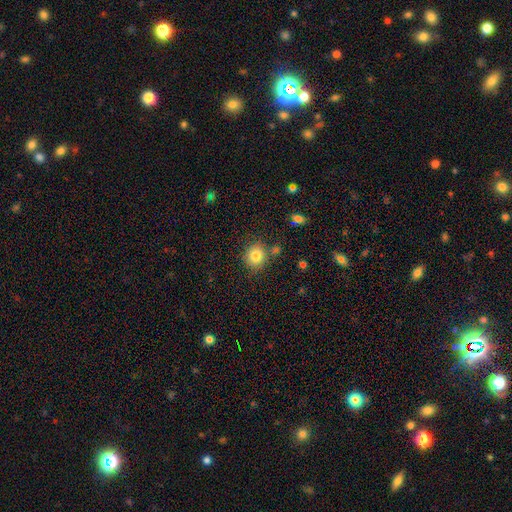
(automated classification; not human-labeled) This appears to be a smooth galaxy with no disk features (83%) that is round (81%). Merging: none (78%).